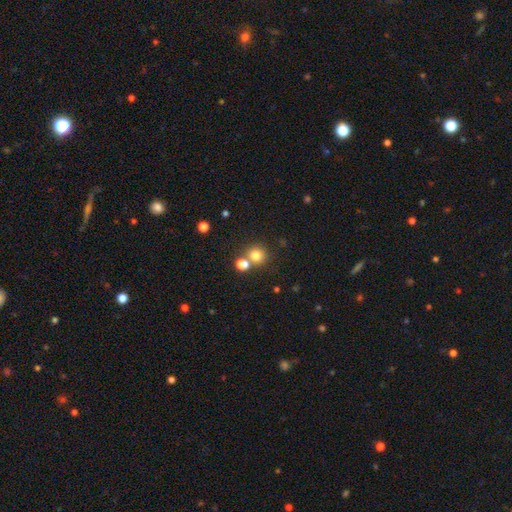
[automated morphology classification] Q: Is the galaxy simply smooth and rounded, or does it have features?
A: smooth — 78%.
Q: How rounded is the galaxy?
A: round — 89%.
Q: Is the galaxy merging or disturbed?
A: none — 65%.